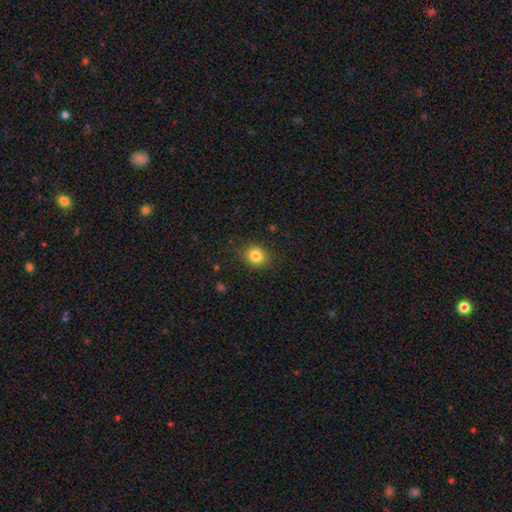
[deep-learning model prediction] Smooth or featured? Predicted: smooth (p=0.83). How rounded? Predicted: round (p=0.71). Merging? Predicted: none (p=0.87).